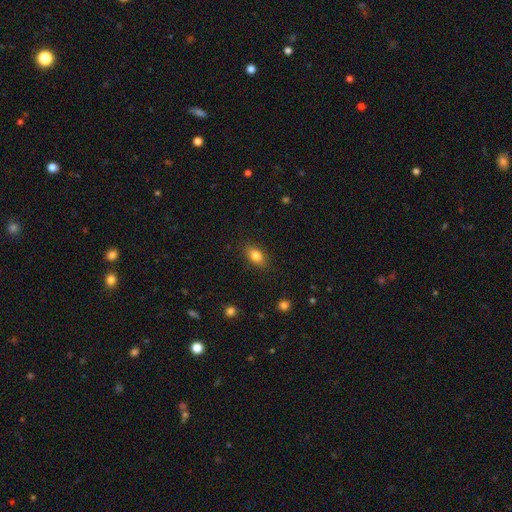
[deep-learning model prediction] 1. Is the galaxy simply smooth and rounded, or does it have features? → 82% smooth, 9% featured or disk, 9% star or artifact.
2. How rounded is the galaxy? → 85% in between, 10% round, 5% cigar-shaped.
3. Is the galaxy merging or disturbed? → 86% none, 10% minor disturbance, 3% major disturbance, 1% merger.